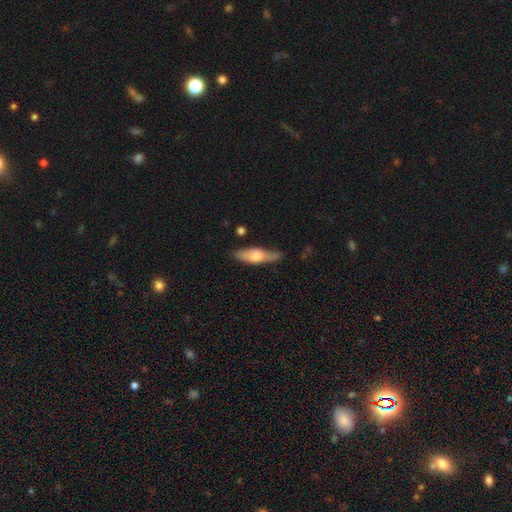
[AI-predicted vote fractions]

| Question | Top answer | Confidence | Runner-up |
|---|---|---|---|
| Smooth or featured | smooth | 56% | featured or disk (39%) |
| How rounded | cigar-shaped | 54% | in between (44%) |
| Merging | none | 70% | minor disturbance (23%) |